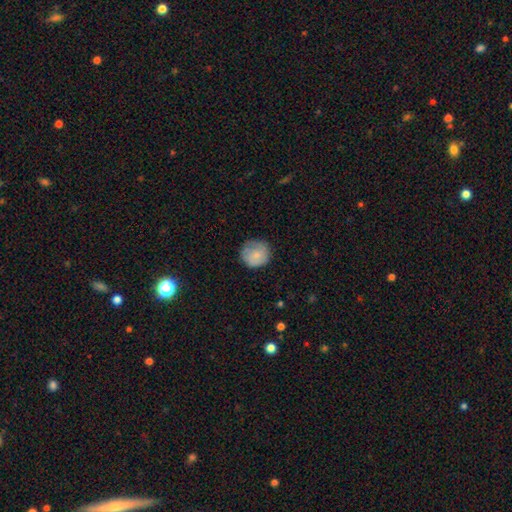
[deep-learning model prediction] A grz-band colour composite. It shows a smooth galaxy with no disk features (80%) that is round (92%). Merging: none (76%).